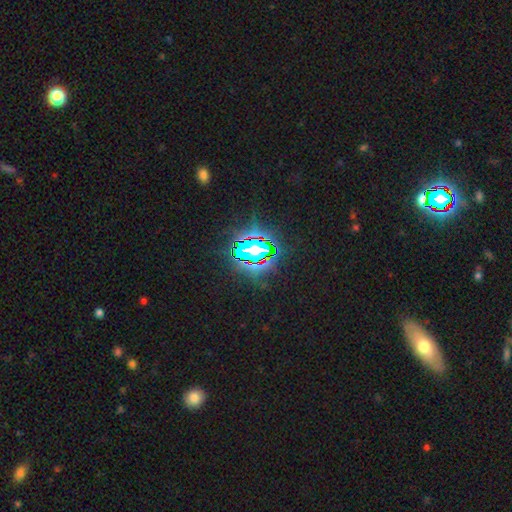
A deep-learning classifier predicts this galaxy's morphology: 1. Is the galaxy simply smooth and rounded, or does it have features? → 81% star or artifact, 11% smooth, 8% featured or disk.